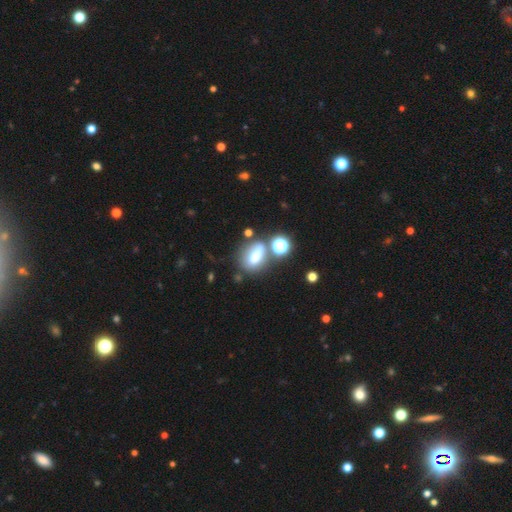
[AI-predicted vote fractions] smooth 55%, featured or disk 29%, star or artifact 17%. Down the decision tree: how rounded — in between (60%); merging — none (52%).